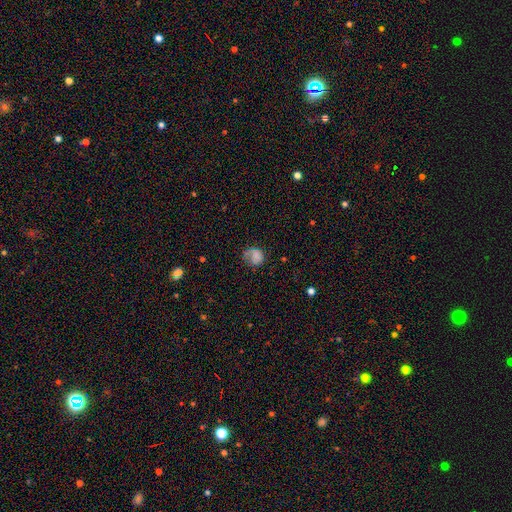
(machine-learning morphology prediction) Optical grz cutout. It shows a smooth galaxy with no disk features (65%) that is round (70%). Merging: none (44%).